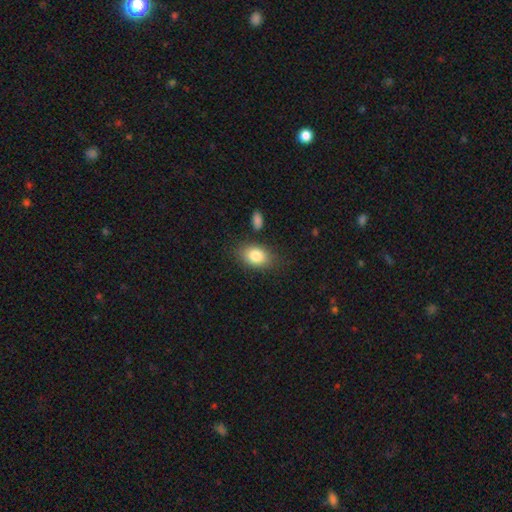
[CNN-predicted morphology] A smooth galaxy with no disk features (83%) that is in between round and cigar-shaped (82%). Merging: none (79%).